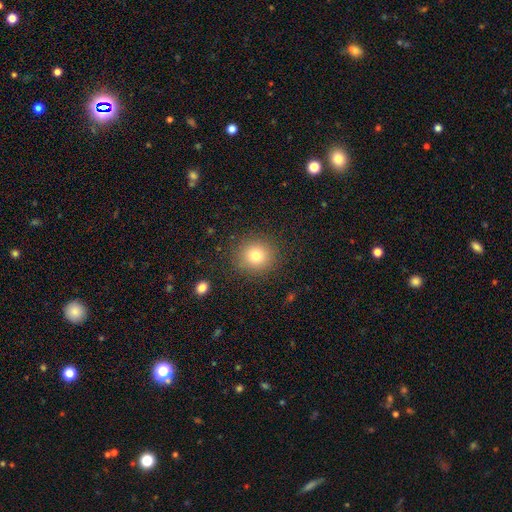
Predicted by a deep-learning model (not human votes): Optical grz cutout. It shows a smooth galaxy with no disk features (78%) that is round (91%). Merging: none (88%).